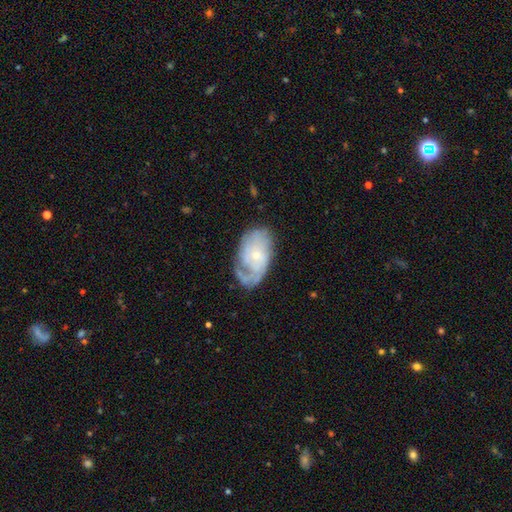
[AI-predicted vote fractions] This is likely a featured or disk galaxy (71%). It is clearly not viewed edge-on (96%). Bar: likely no (73%). Spiral arm pattern: clearly yes (85%). Spiral arm count: marginally can't tell (41%). Spiral winding: possibly tight (48%). Central bulge: likely small (70%). Merging: possibly none (56%).